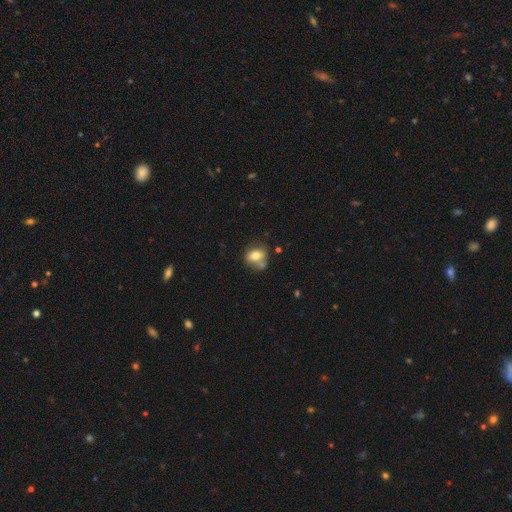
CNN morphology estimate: Overall: smooth (70%). How rounded: round (52%; in between 46%). Merging: none (47%; minor disturbance 23%).